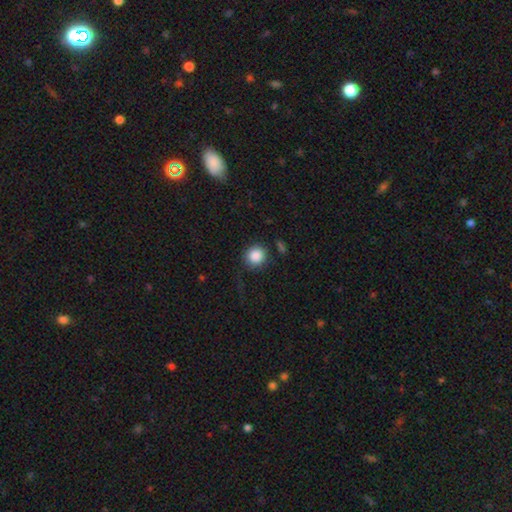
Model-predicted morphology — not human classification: Smooth or featured? smooth (87%)
How rounded? round (92%)
Merging? none (78%)